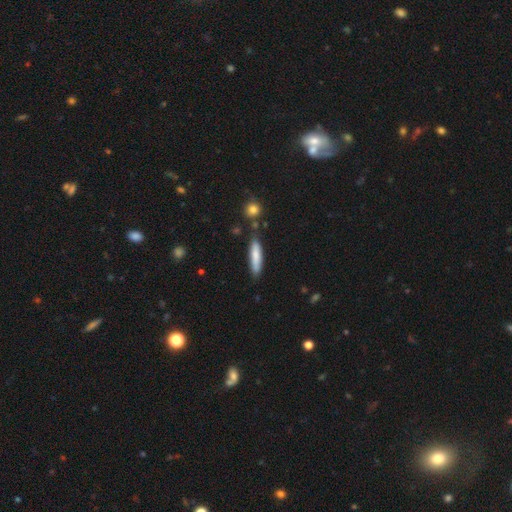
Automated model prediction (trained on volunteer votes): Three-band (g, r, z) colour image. It shows a smooth galaxy with no disk features (77%) that is cigar-shaped (78%). Merging: none (78%).